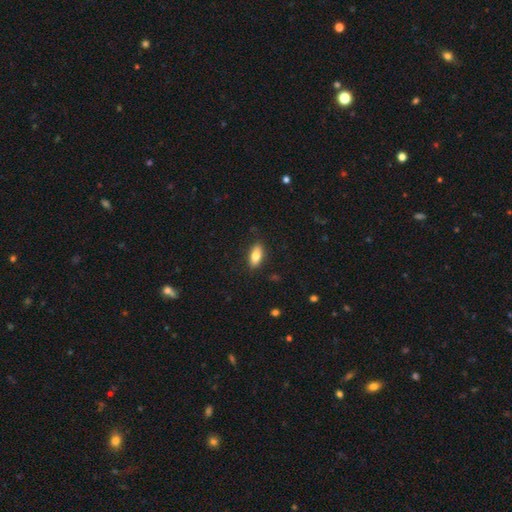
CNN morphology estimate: A smooth galaxy with no disk features (76%) that is in between round and cigar-shaped (84%).

Vote fractions:
- Smooth or featured? smooth: 76% / featured or disk: 17% / star or artifact: 7%
- How rounded? in between: 84% / cigar-shaped: 13% / round: 3%
- Merging? none: 87% / minor disturbance: 10% / major disturbance: 2% / merger: 1%